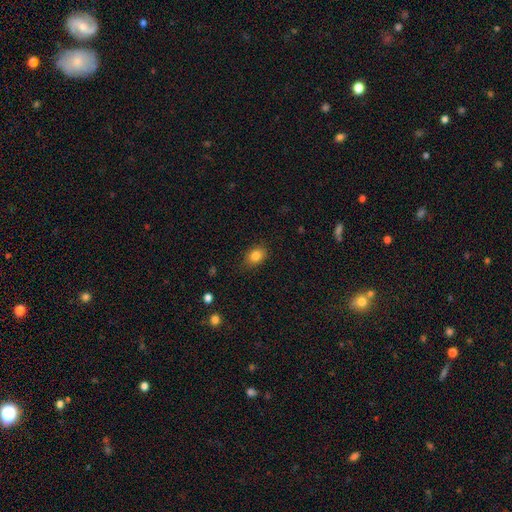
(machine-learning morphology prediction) smooth 84%, star or artifact 10%, featured or disk 6%. Down the decision tree: how rounded — in between (69%); merging — none (83%).